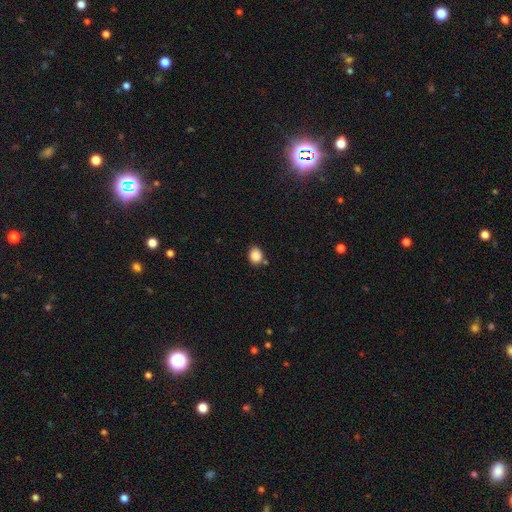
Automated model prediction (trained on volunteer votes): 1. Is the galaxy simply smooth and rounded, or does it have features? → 87% smooth, 10% star or artifact, 3% featured or disk.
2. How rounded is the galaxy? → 58% round, 41% in between, 1% cigar-shaped.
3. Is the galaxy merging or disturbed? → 76% none, 13% minor disturbance, 7% merger, 3% major disturbance.